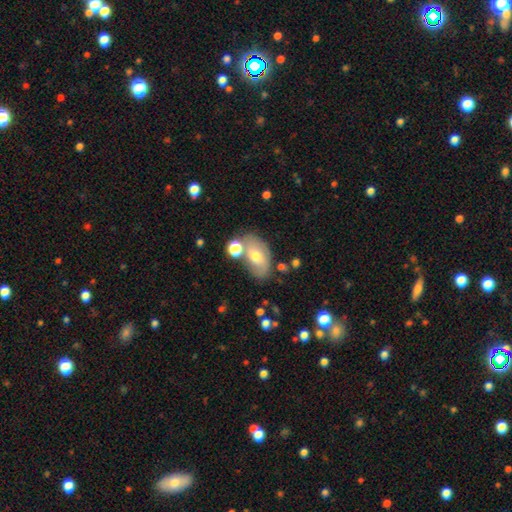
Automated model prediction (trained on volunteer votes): Overall: smooth (57%; featured or disk 33%). How rounded: in between (87%). Merging: none (57%; minor disturbance 19%).